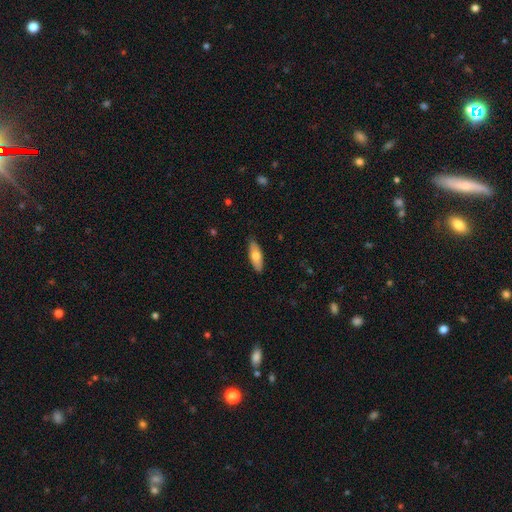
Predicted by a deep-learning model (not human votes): smooth_or_featured: smooth (p=0.69) [alt: featured or disk p=0.25]
how_rounded: in between (p=0.64) [alt: cigar-shaped p=0.34]
merging: none (p=0.87) [alt: minor disturbance p=0.10]